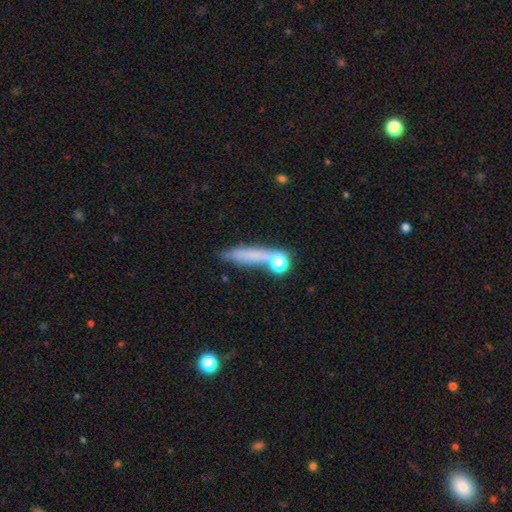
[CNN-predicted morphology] type=smooth (64%); roundness=cigar-shaped (77%); merging=none (66%).